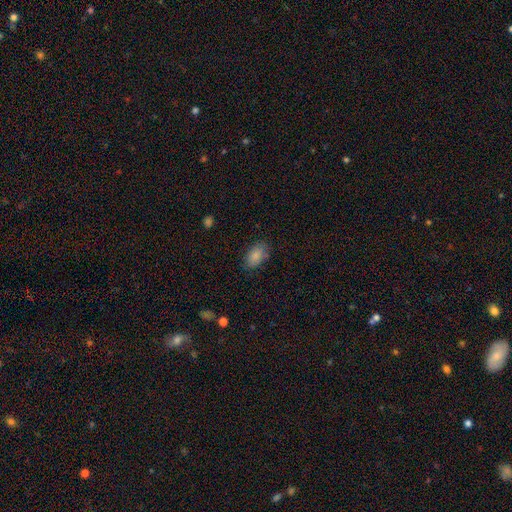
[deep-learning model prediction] Q: Smooth or featured?
A: smooth (85%); runner-up: star or artifact (8%)
Q: How rounded?
A: in between (92%); runner-up: round (6%)
Q: Merging?
A: none (80%); runner-up: minor disturbance (15%)